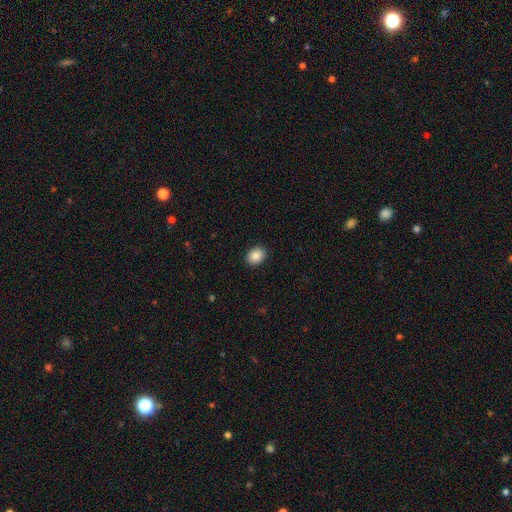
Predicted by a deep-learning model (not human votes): Smooth or featured?
  - smooth: 87% *
  - star or artifact: 8%
  - featured or disk: 5%
How rounded?
  - in between: 58% *
  - round: 41%
  - cigar-shaped: 1%
Merging?
  - none: 91% *
  - minor disturbance: 7%
  - major disturbance: 2%
  - merger: 1%